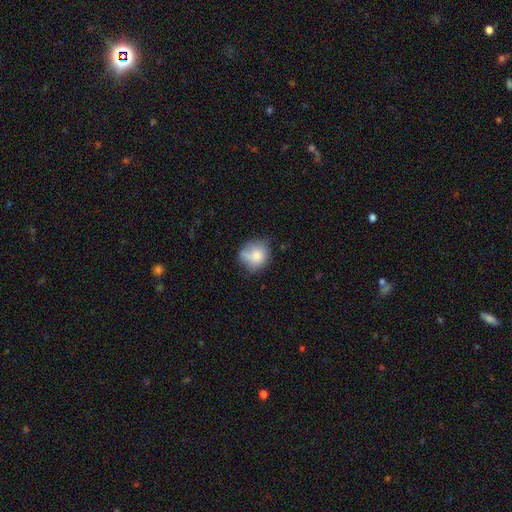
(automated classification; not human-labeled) Q: Smooth or featured?
A: smooth (74%); runner-up: featured or disk (17%)
Q: How rounded?
A: round (70%); runner-up: in between (28%)
Q: Merging?
A: none (49%); runner-up: minor disturbance (31%)